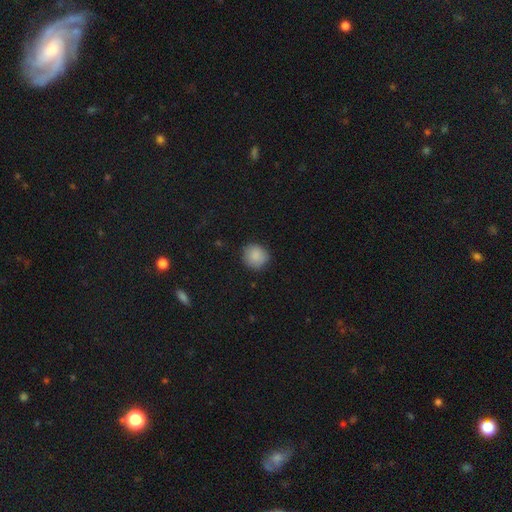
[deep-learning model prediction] This is clearly a smooth galaxy (88%). How rounded: clearly round (89%). Merging: clearly none (85%).